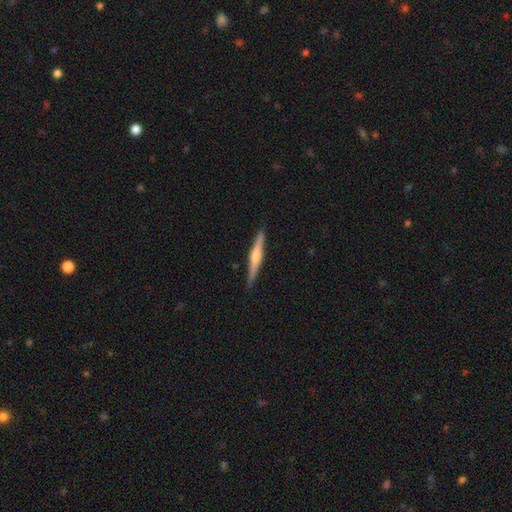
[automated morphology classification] Q: Smooth or featured?
A: featured or disk (67%); runner-up: smooth (28%)
Q: Edge-on disk?
A: yes (98%); runner-up: no (2%)
Q: Edge-on bulge?
A: rounded (76%); runner-up: boxy (15%)
Q: Merging?
A: none (90%); runner-up: minor disturbance (7%)